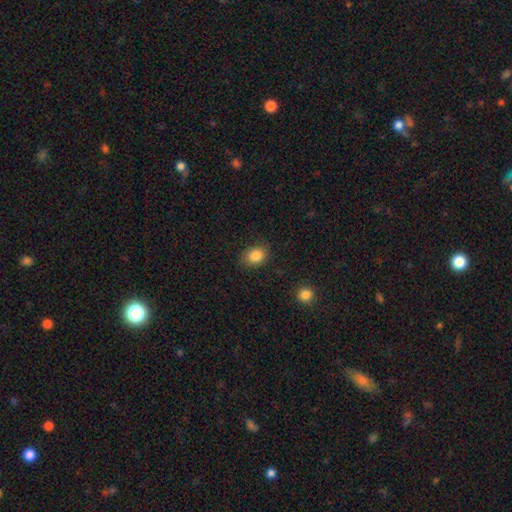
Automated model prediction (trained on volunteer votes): This appears to be a smooth galaxy with no disk features (85%) that is in between round and cigar-shaped (55%). Merging: none (85%).